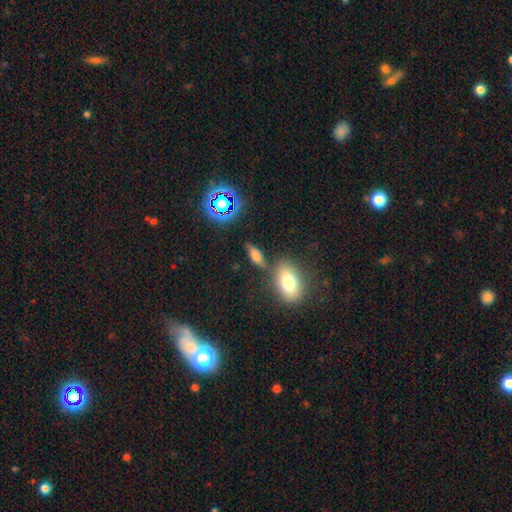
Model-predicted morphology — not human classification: smooth-or-featured: smooth: 54% | featured or disk: 28% | star or artifact: 18%
  how-rounded: in between: 61% | cigar-shaped: 30% | round: 9%
  merging: none: 67% | minor disturbance: 17% | merger: 11% | major disturbance: 6%